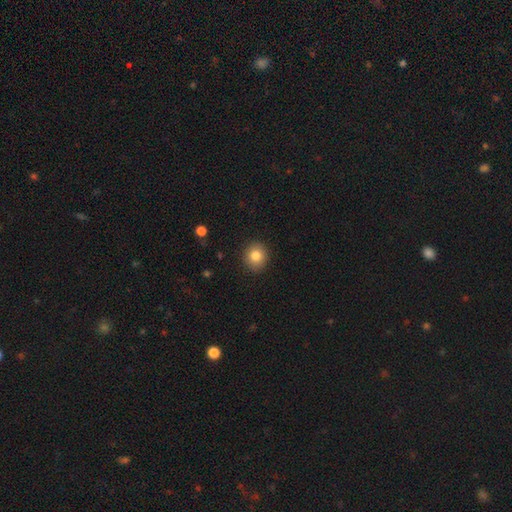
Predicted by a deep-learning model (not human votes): A smooth galaxy with no disk features (83%) that is round (84%). Merging: none (90%).